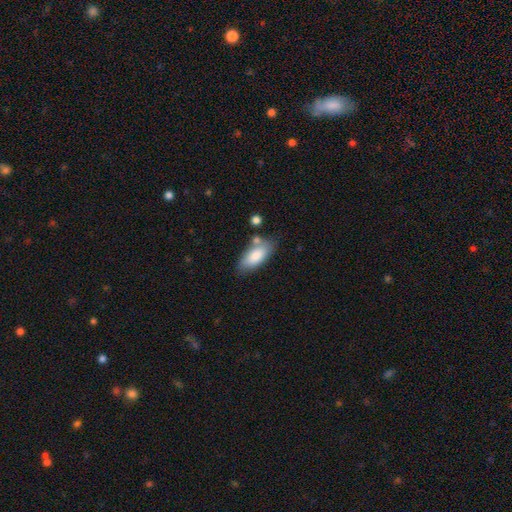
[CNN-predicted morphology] smooth 82%, featured or disk 12%, star or artifact 6%. Down the decision tree: how rounded — in between (85%); merging — none (65%).